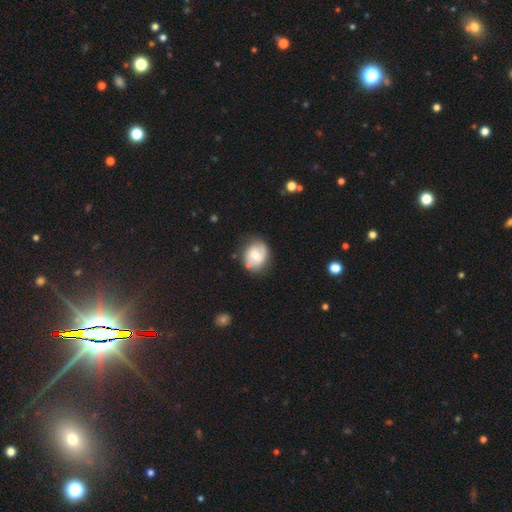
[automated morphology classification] Smooth or featured? smooth (52%)
How rounded? round (56%)
Merging? none (72%)